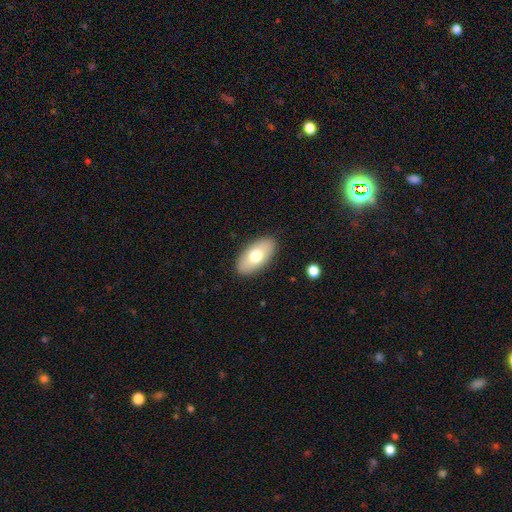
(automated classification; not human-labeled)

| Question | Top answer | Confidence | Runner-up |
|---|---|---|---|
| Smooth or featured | smooth | 71% | featured or disk (23%) |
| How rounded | in between | 93% | cigar-shaped (4%) |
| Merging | none | 88% | minor disturbance (8%) |